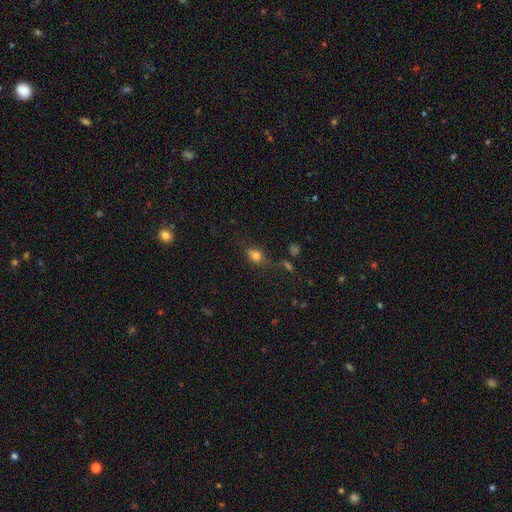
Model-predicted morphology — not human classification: Smooth or featured? smooth (78%)
How rounded? in between (55%)
Merging? none (66%)